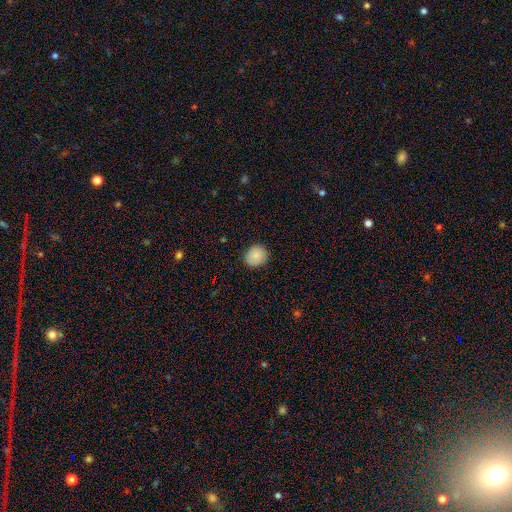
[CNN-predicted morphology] The model was most divided on "how rounded": round: 76%, in between: 23%, cigar-shaped: 1%. More confident: merging — none (88%); smooth or featured — smooth (88%).